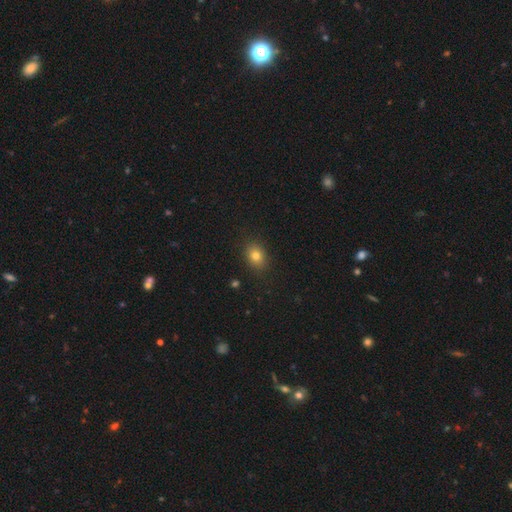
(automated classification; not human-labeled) smooth-or-featured: smooth: 80% | star or artifact: 12% | featured or disk: 8%
  how-rounded: in between: 54% | round: 45% | cigar-shaped: 1%
  merging: none: 88% | minor disturbance: 9% | major disturbance: 2% | merger: 1%